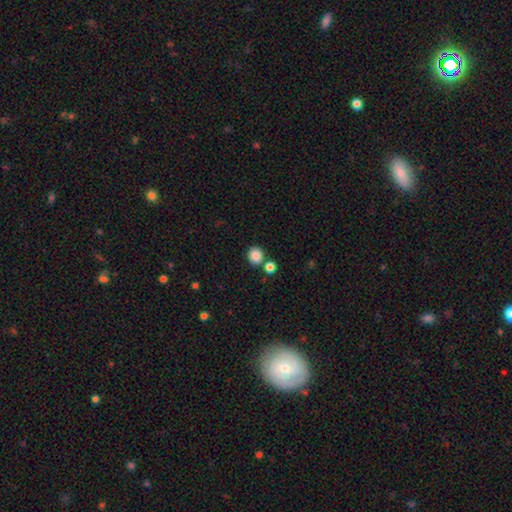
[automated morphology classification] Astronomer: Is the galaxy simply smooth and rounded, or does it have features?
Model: smooth — 86%.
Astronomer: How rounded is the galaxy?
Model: round — 83%.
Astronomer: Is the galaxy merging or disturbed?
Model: none — 74%.